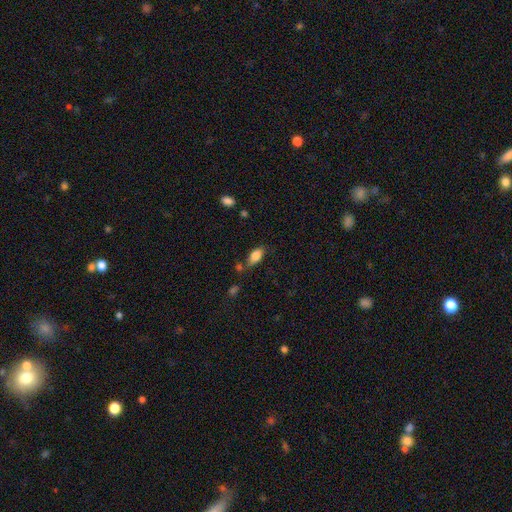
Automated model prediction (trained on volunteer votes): Q: Smooth or featured?
A: smooth (83%); runner-up: featured or disk (9%)
Q: How rounded?
A: in between (89%); runner-up: cigar-shaped (8%)
Q: Merging?
A: none (63%); runner-up: minor disturbance (20%)